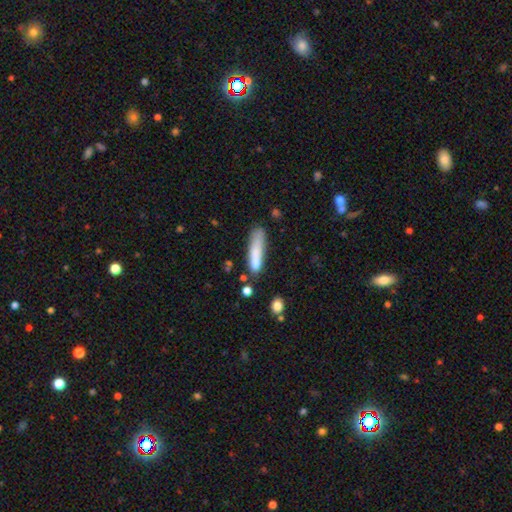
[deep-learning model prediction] smooth_or_featured: smooth (p=0.72) [alt: featured or disk p=0.20]
how_rounded: cigar-shaped (p=0.77) [alt: in between p=0.21]
merging: none (p=0.48) [alt: minor disturbance p=0.26]